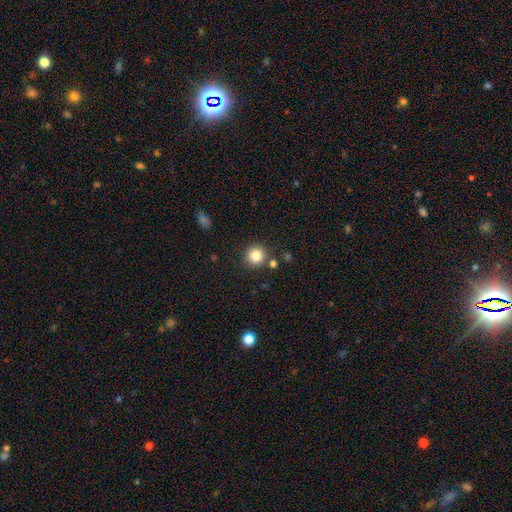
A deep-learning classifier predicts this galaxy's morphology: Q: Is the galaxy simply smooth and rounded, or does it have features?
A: smooth — 84%.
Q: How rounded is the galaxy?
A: round — 94%.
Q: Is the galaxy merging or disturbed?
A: none — 86%.